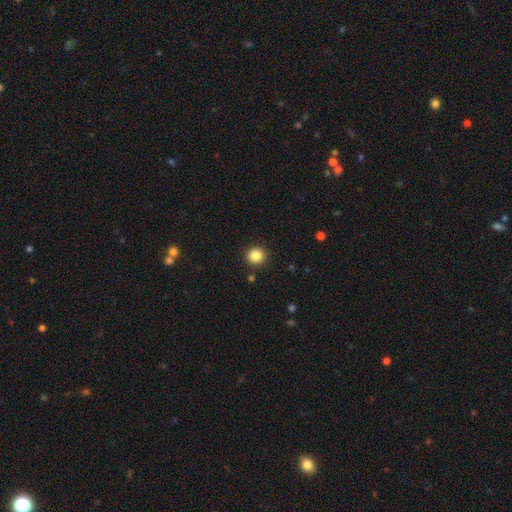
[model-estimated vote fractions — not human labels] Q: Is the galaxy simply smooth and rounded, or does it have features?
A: smooth — 85%.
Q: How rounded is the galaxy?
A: round — 94%.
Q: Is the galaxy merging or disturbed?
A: none — 91%.